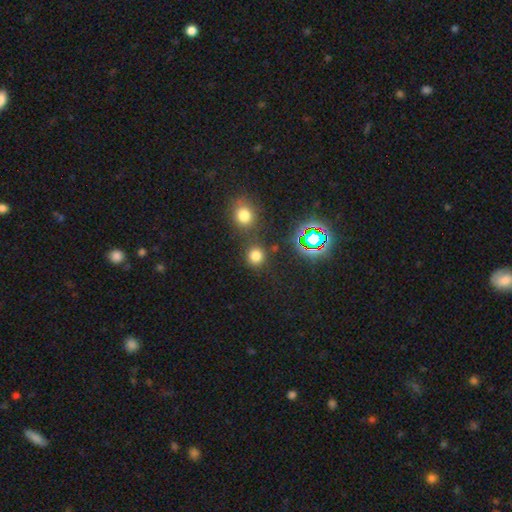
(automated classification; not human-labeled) Morphology: type=smooth (72%); roundness=round (88%); merging=none (78%).